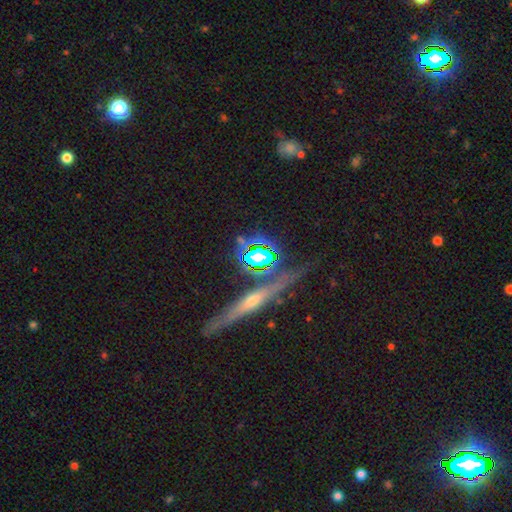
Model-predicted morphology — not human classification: type=featured or disk (50%); merging=none (85%).